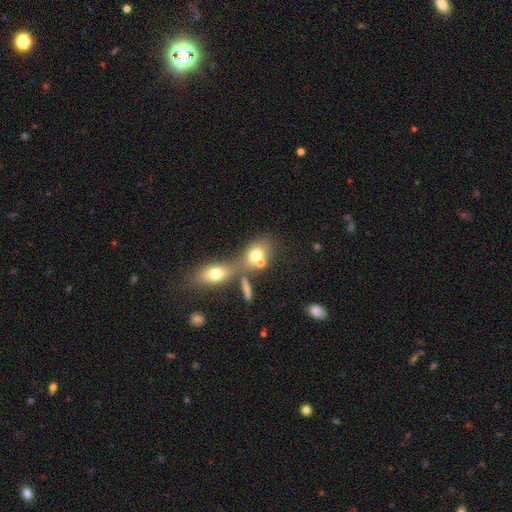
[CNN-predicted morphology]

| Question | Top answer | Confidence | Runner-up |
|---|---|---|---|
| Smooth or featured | smooth | 69% | featured or disk (19%) |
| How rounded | in between | 60% | round (36%) |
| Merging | merger | 52% | none (33%) |